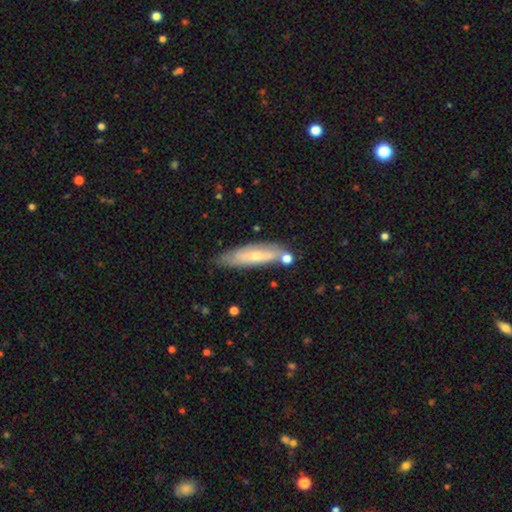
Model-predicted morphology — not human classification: Smooth or featured? Predicted: smooth (p=0.48). Merging? Predicted: none (p=0.70).